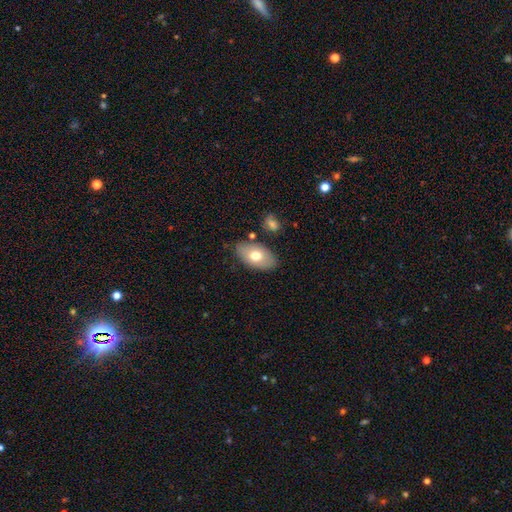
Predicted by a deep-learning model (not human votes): A smooth galaxy with no disk features (69%) that is in between round and cigar-shaped (93%). Merging: none (81%).